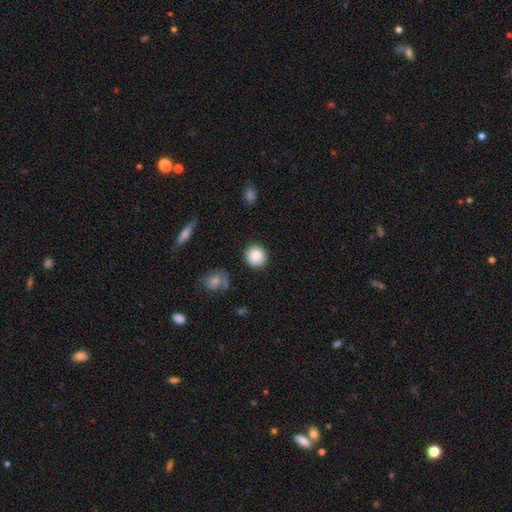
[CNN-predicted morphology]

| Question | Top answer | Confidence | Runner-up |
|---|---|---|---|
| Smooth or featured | smooth | 86% | star or artifact (8%) |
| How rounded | round | 89% | in between (10%) |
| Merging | none | 88% | minor disturbance (8%) |